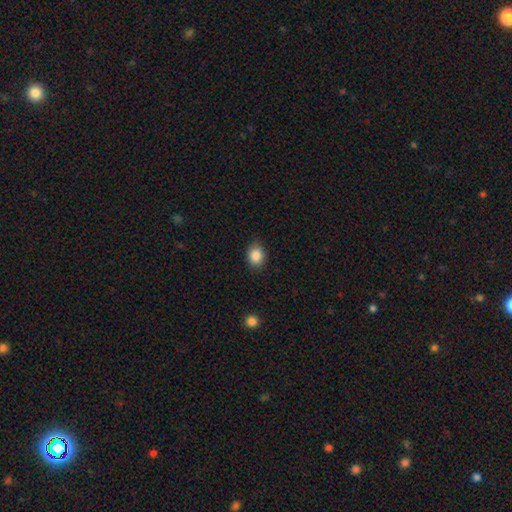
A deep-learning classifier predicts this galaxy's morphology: Smooth or featured? smooth (87%)
How rounded? in between (56%)
Merging? none (83%)